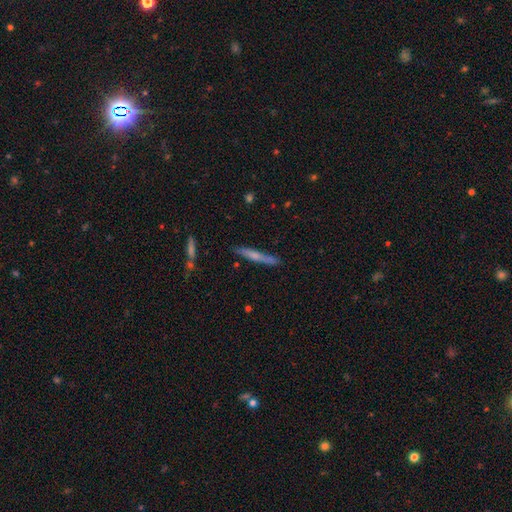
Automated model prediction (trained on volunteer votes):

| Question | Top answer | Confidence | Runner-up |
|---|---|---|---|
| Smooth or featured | smooth | 49% | featured or disk (44%) |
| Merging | none | 83% | minor disturbance (12%) |